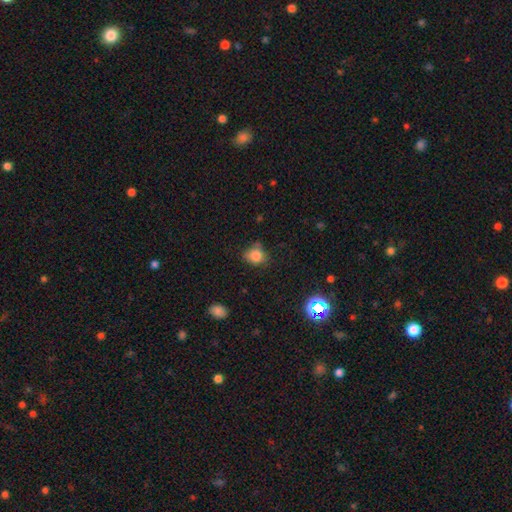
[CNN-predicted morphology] The model was most divided on "how rounded": round: 69%, in between: 30%, cigar-shaped: 1%. More confident: smooth or featured — smooth (81%); merging — none (65%).